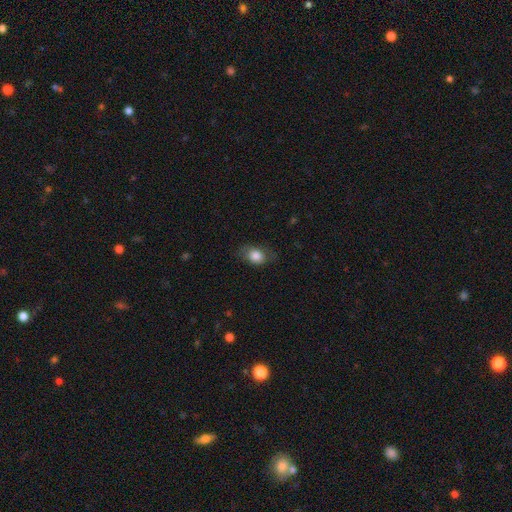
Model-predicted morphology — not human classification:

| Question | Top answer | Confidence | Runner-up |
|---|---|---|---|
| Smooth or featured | smooth | 79% | featured or disk (13%) |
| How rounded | in between | 73% | round (25%) |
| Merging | none | 72% | minor disturbance (20%) |